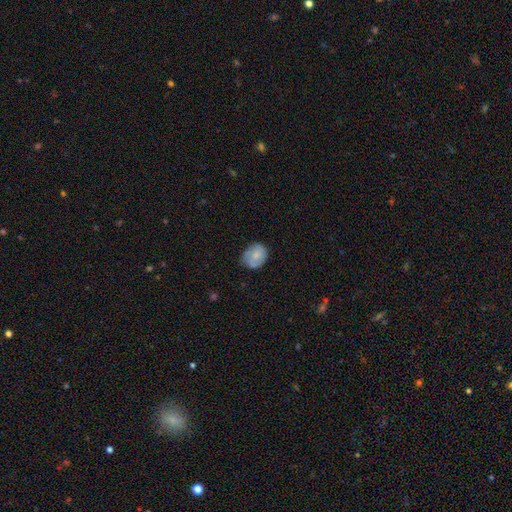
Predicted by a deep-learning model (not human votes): A smooth galaxy with no disk features (75%) that is round (54%). Merging: none (71%).